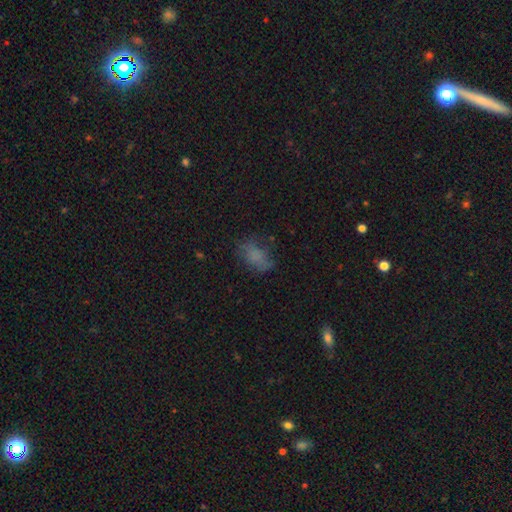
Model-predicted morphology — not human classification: smooth 71%, featured or disk 15%, star or artifact 14%. Down the decision tree: how rounded — in between (85%); merging — none (59%).